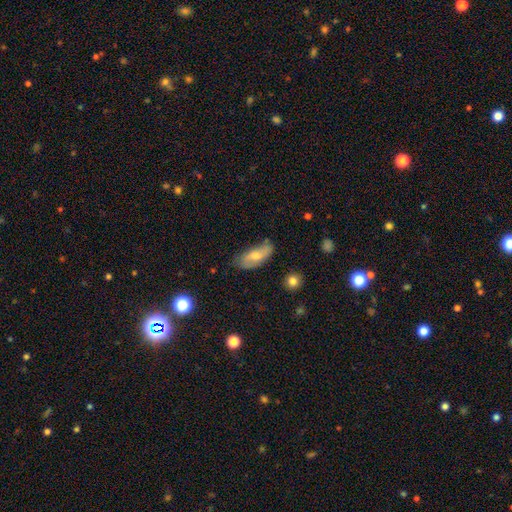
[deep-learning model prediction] A smooth galaxy with no disk features (61%) that is in between round and cigar-shaped (83%).

Vote fractions:
- Smooth or featured? smooth: 61% / featured or disk: 32% / star or artifact: 7%
- How rounded? in between: 83% / cigar-shaped: 14% / round: 3%
- Merging? none: 61% / minor disturbance: 28% / major disturbance: 7% / merger: 3%